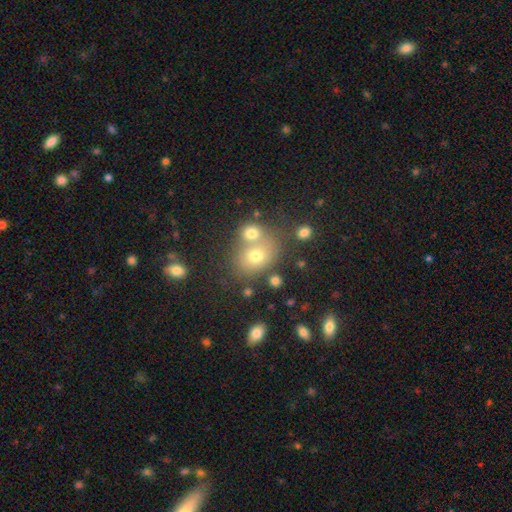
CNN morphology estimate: This is likely a smooth galaxy (65%). How rounded: possibly round (52%). Merging: marginally none (45%).